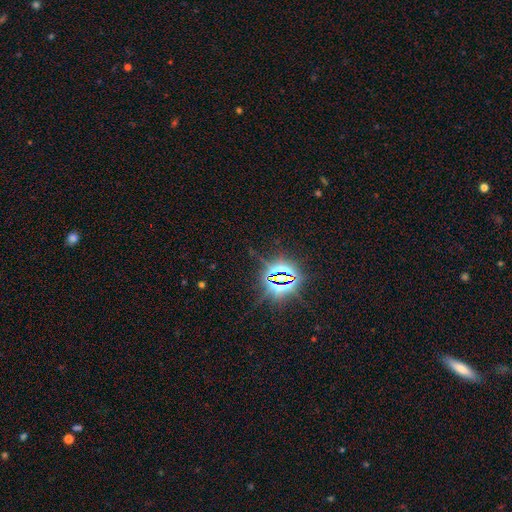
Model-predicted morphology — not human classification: type=star or artifact (83%).